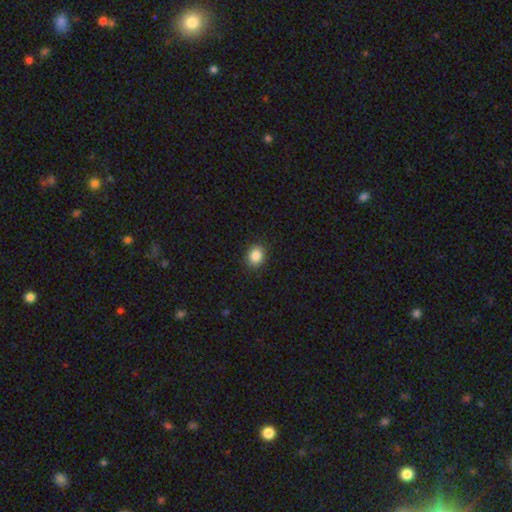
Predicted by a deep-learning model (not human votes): Smooth or featured? smooth (86%)
How rounded? round (59%)
Merging? none (90%)